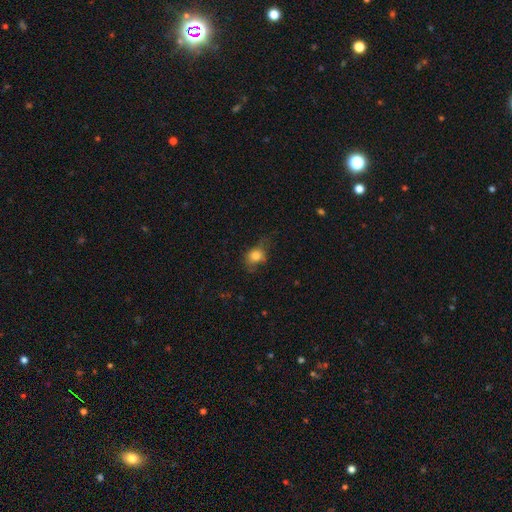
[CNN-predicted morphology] Overall: smooth (80%). How rounded: round (56%; in between 43%). Merging: none (49%; minor disturbance 31%).